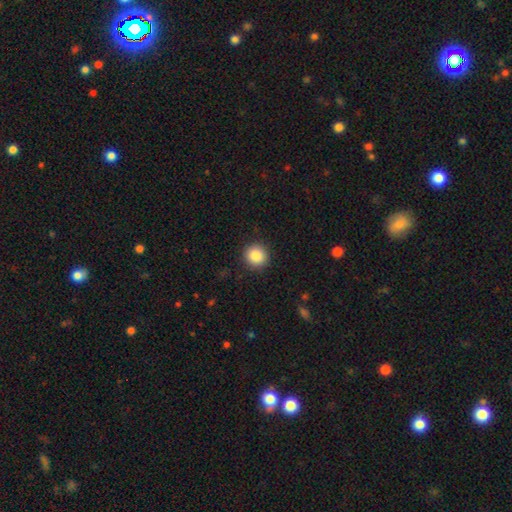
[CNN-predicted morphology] Overall: smooth (87%). How rounded: round (93%). Merging: none (91%).